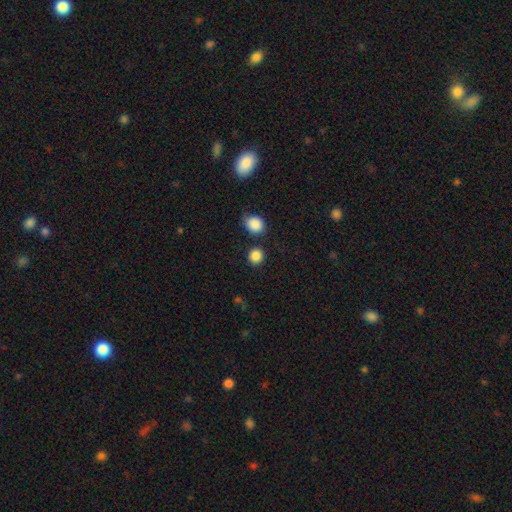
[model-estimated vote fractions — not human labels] Smooth or featured? Predicted: smooth (p=0.87). How rounded? Predicted: round (p=0.87). Merging? Predicted: none (p=0.82).